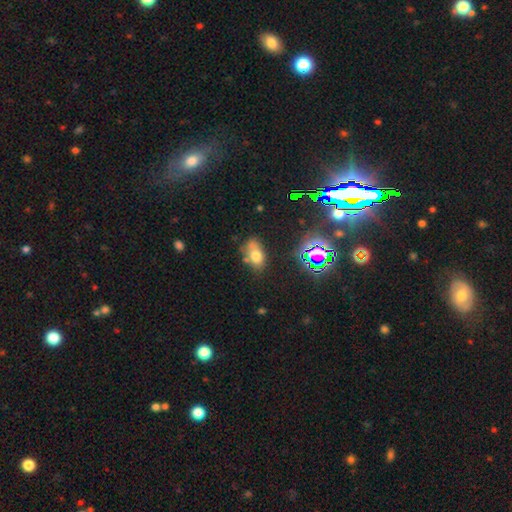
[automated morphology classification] A smooth galaxy with no disk features (65%) that is in between round and cigar-shaped (85%).

Vote fractions:
- Smooth or featured? smooth: 65% / star or artifact: 19% / featured or disk: 16%
- How rounded? in between: 85% / round: 13% / cigar-shaped: 2%
- Merging? none: 55% / minor disturbance: 24% / merger: 12% / major disturbance: 9%